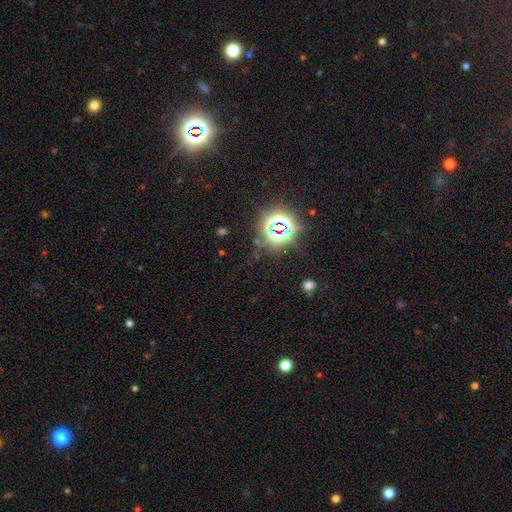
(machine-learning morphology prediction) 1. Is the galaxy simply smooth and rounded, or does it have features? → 80% star or artifact, 13% smooth, 8% featured or disk.